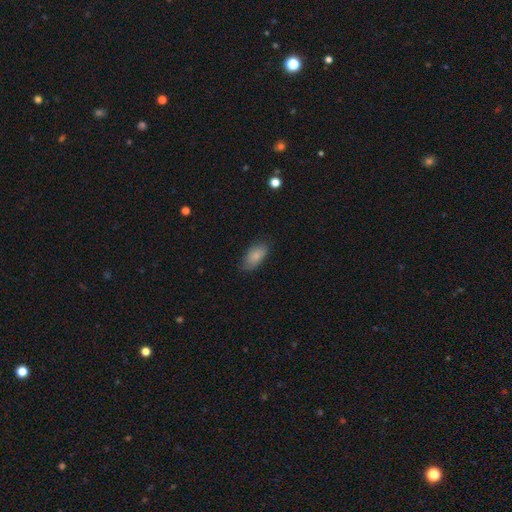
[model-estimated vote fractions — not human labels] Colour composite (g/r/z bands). It shows a smooth galaxy with no disk features (85%) that is in between round and cigar-shaped (92%). Merging: none (74%).